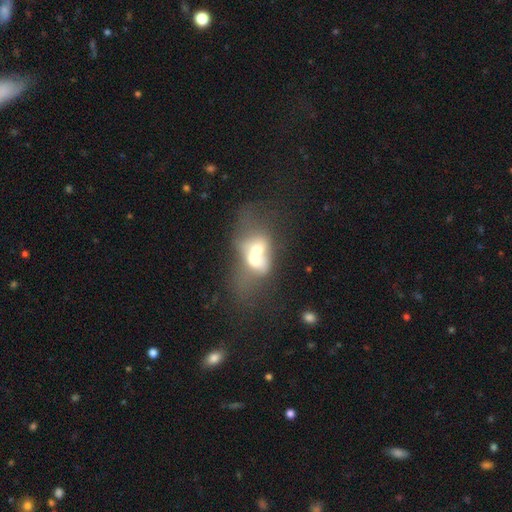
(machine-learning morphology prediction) The model was most divided on "smooth or featured": smooth: 47%, featured or disk: 42%, star or artifact: 11%. More confident: merging — merger (79%).